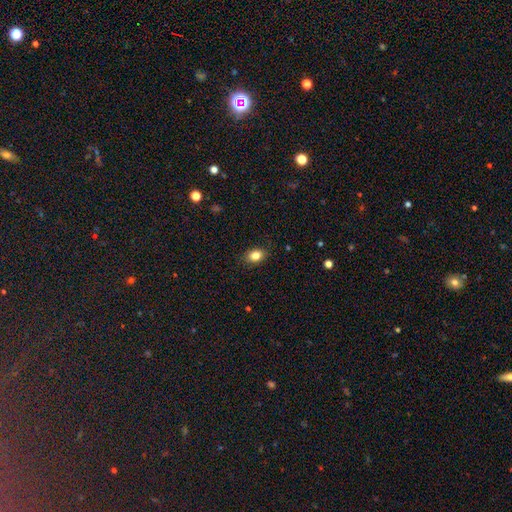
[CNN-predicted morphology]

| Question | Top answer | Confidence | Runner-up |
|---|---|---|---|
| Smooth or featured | smooth | 84% | star or artifact (9%) |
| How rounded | in between | 76% | round (23%) |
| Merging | none | 87% | minor disturbance (10%) |